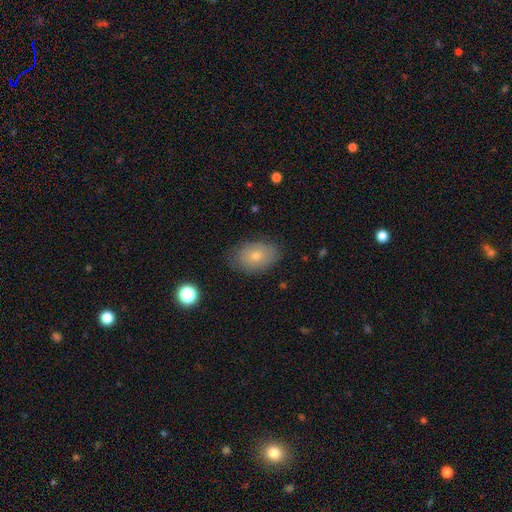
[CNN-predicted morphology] A smooth galaxy with no disk features (69%) that is in between round and cigar-shaped (83%). Merging: none (82%).